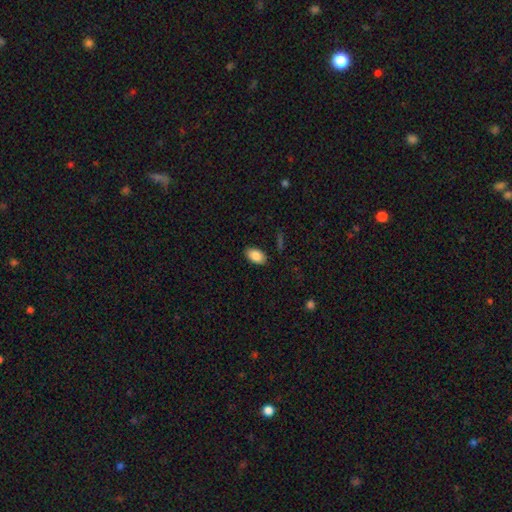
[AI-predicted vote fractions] smooth 87%, star or artifact 7%, featured or disk 6%. Down the decision tree: how rounded — in between (93%); merging — none (88%).